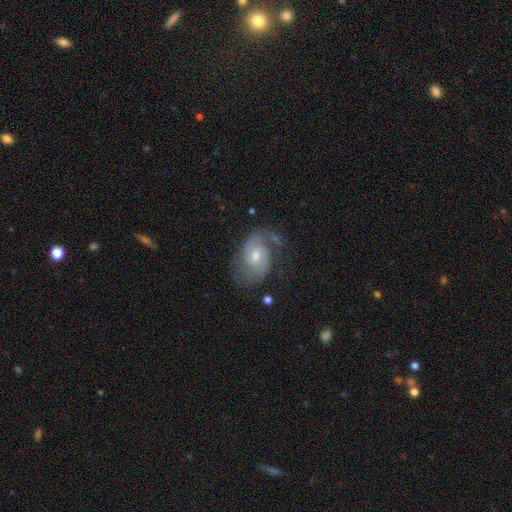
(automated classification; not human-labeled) Smooth or featured?
  - featured or disk: 84% *
  - smooth: 9%
  - star or artifact: 6%
Edge-on disk?
  - no: 97% *
  - yes: 3%
Bar?
  - weak: 51% *
  - no: 41%
  - strong: 8%
Spiral arms?
  - yes: 96% *
  - no: 4%
Spiral winding?
  - medium: 49% *
  - tight: 34%
  - loose: 17%
Spiral arm count?
  - 2: 81% *
  - can't tell: 7%
  - 1: 7%
  - 3: 3%
  - 4: 1%
  - more than 4: 1%
Bulge size?
  - moderate: 53% *
  - small: 40%
  - large: 3%
  - none: 3%
  - dominant: 1%
Merging?
  - none: 65% *
  - minor disturbance: 20%
  - major disturbance: 12%
  - merger: 3%